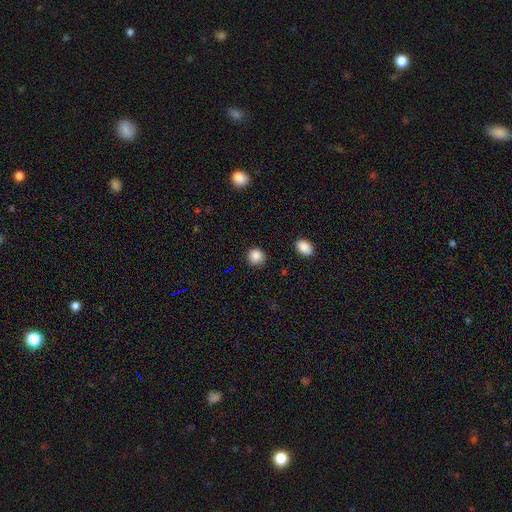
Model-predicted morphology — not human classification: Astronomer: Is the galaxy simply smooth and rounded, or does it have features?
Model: smooth — 87%.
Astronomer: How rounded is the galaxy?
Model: round — 91%.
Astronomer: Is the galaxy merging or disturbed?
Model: none — 88%.